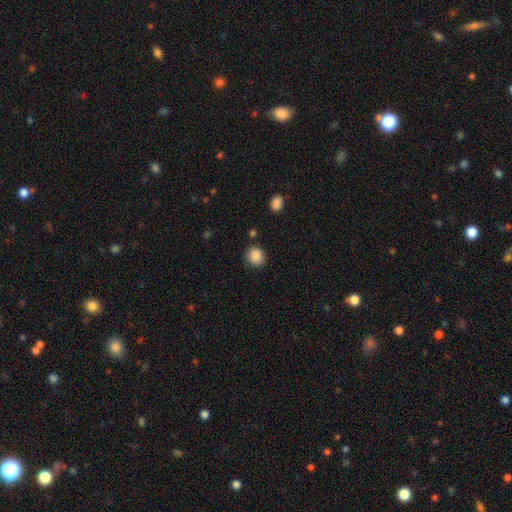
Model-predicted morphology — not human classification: smooth_or_featured: smooth (p=0.88) [alt: star or artifact p=0.09]
how_rounded: round (p=0.77) [alt: in between p=0.22]
merging: none (p=0.83) [alt: minor disturbance p=0.11]